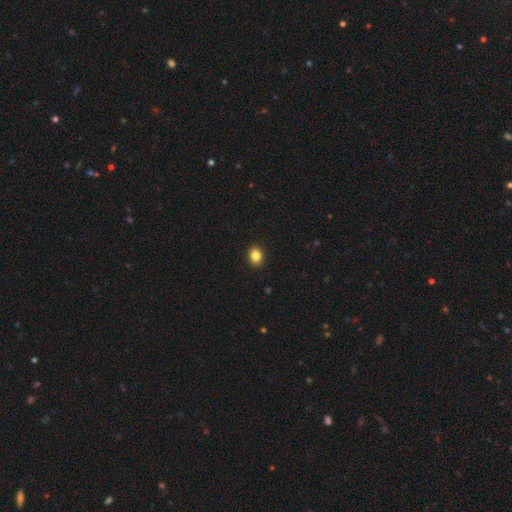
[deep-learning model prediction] A smooth galaxy with no disk features (85%) that is round (54%).

Vote fractions:
- Smooth or featured? smooth: 85% / star or artifact: 10% / featured or disk: 5%
- How rounded? round: 54% / in between: 46% / cigar-shaped: 1%
- Merging? none: 92% / minor disturbance: 6% / major disturbance: 2% / merger: 1%